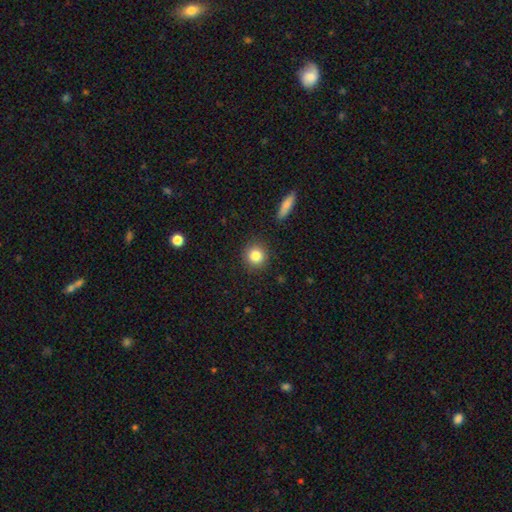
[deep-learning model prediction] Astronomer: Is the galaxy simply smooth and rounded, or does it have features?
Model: smooth — 84%.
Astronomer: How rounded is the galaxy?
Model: round — 91%.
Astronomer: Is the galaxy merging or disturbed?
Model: none — 90%.